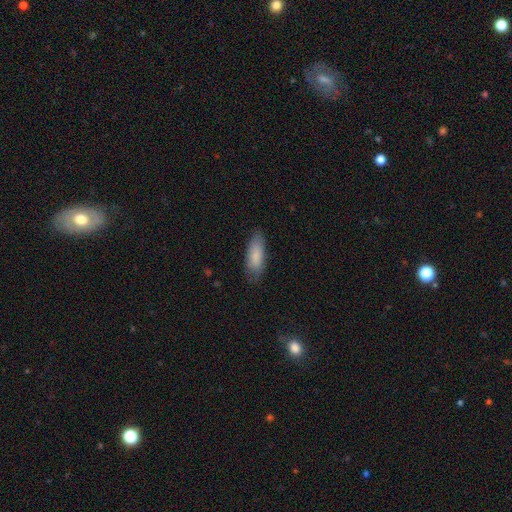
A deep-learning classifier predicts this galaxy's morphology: A smooth galaxy with no disk features (85%) that is in between round and cigar-shaped (65%).

Vote fractions:
- Smooth or featured? smooth: 85% / featured or disk: 10% / star or artifact: 6%
- How rounded? in between: 65% / cigar-shaped: 33% / round: 2%
- Merging? none: 79% / minor disturbance: 17% / major disturbance: 3% / merger: 1%